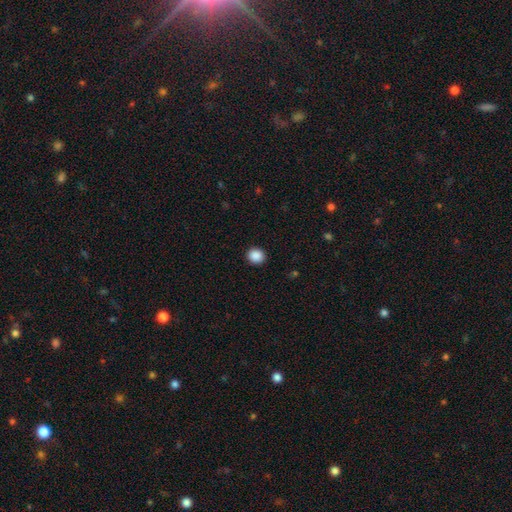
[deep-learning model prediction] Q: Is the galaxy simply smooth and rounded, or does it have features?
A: smooth — 89%.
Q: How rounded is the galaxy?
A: round — 84%.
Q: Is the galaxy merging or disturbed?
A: none — 92%.